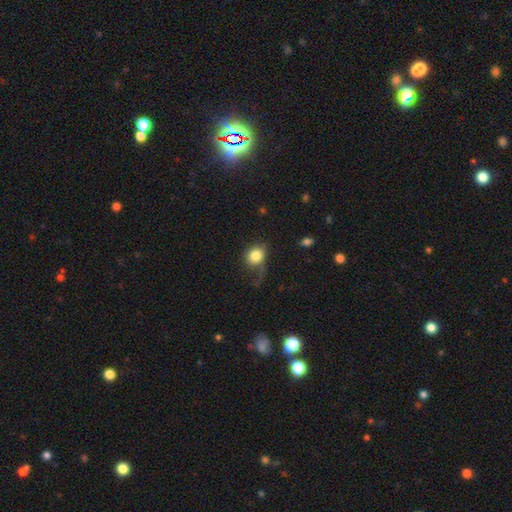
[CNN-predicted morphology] type=smooth (82%); roundness=round (65%); merging=none (49%).